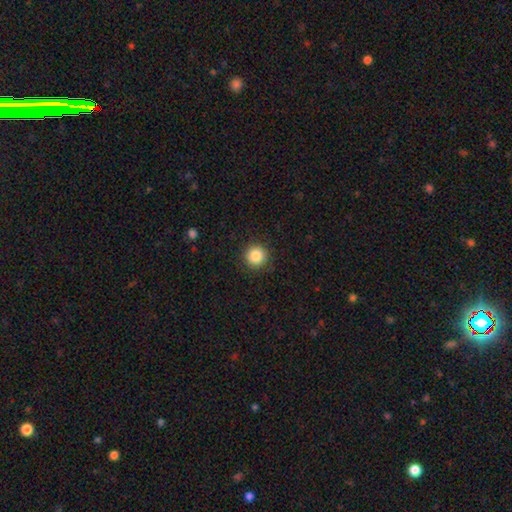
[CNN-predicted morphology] The model was most divided on "smooth or featured": smooth: 86%, star or artifact: 10%, featured or disk: 4%. More confident: how rounded — round (95%); merging — none (91%).